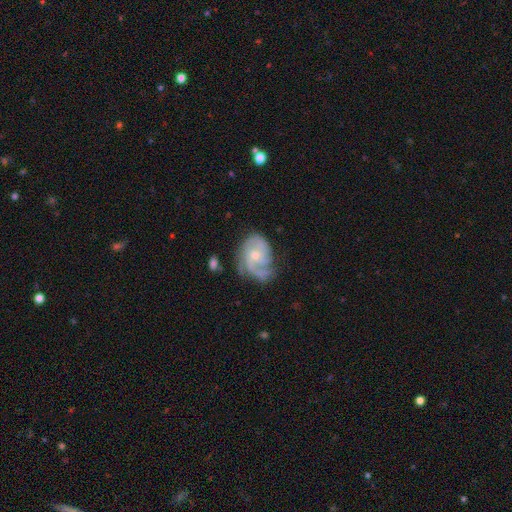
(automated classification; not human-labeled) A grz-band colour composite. It shows a featured or disk galaxy (84%) with no bar (69%), 2 (32%) tight (44%) spiral arms (95%) and a small central bulge (62%). Merging: none (55%).